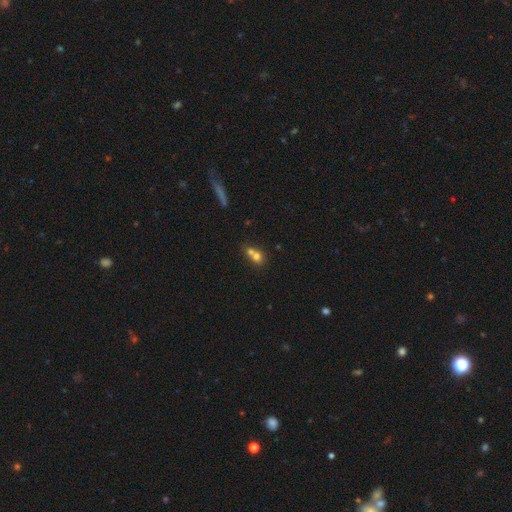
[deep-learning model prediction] A smooth galaxy with no disk features (69%) that is round (70%). Merging: merger (62%).